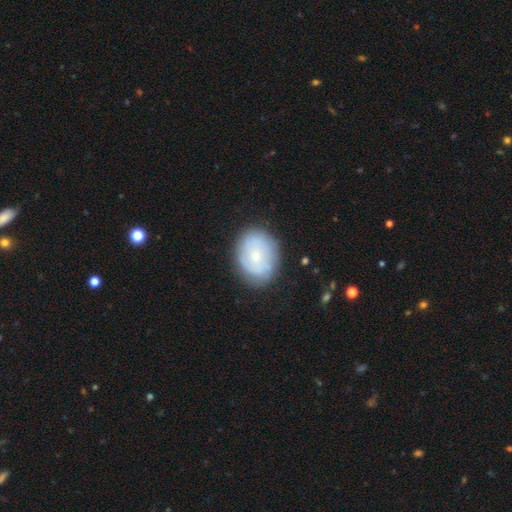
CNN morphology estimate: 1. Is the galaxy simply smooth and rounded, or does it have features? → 50% featured or disk, 43% smooth, 7% star or artifact.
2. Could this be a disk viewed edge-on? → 97% no, 3% yes.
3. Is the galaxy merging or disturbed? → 79% none, 15% minor disturbance, 5% major disturbance, 1% merger.